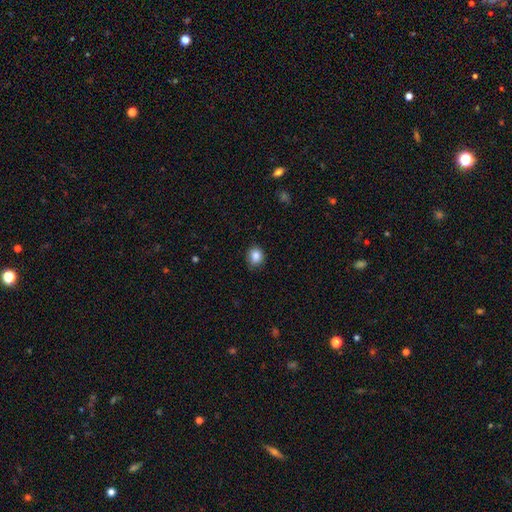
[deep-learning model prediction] This is clearly a smooth galaxy (86%). How rounded: likely round (69%). Merging: clearly none (81%).